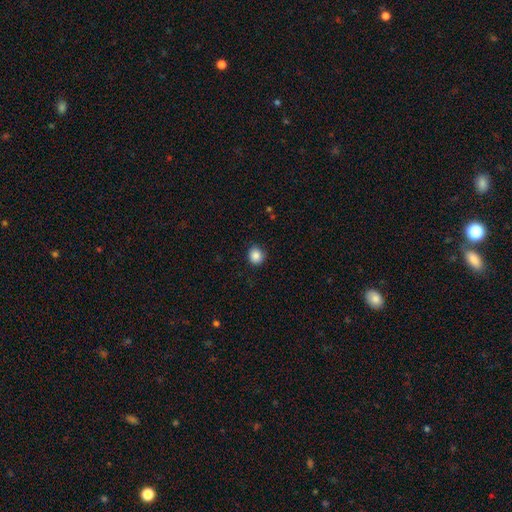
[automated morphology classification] A smooth galaxy with no disk features (87%) that is round (86%).

Vote fractions:
- Smooth or featured? smooth: 87% / star or artifact: 10% / featured or disk: 3%
- How rounded? round: 86% / in between: 13% / cigar-shaped: 1%
- Merging? none: 87% / minor disturbance: 10% / major disturbance: 2% / merger: 1%